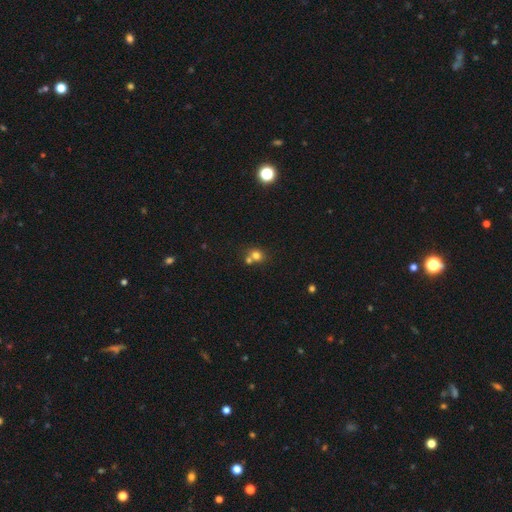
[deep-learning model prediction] smooth 74%, star or artifact 15%, featured or disk 11%. Down the decision tree: how rounded — round (75%); merging — none (46%).